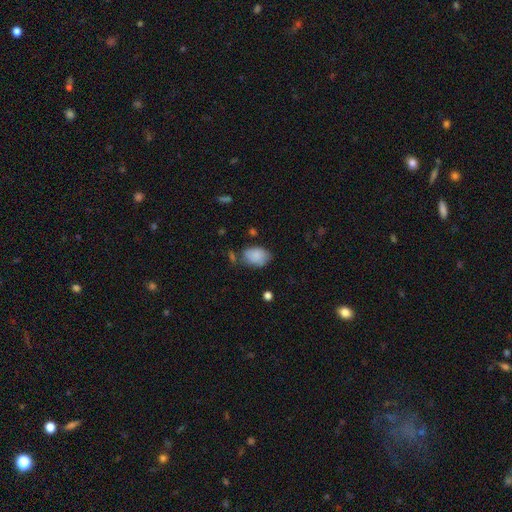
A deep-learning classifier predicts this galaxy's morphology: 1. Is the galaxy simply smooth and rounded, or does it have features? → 85% smooth, 8% featured or disk, 7% star or artifact.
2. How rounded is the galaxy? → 82% in between, 17% round, 1% cigar-shaped.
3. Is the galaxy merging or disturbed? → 61% none, 26% minor disturbance, 7% major disturbance, 6% merger.